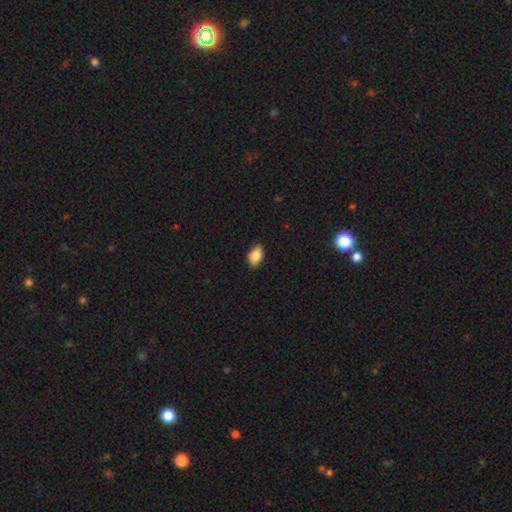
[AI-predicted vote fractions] Smooth or featured?
  - smooth: 86% *
  - star or artifact: 7%
  - featured or disk: 7%
How rounded?
  - in between: 90% *
  - round: 8%
  - cigar-shaped: 2%
Merging?
  - none: 86% *
  - minor disturbance: 11%
  - major disturbance: 2%
  - merger: 1%